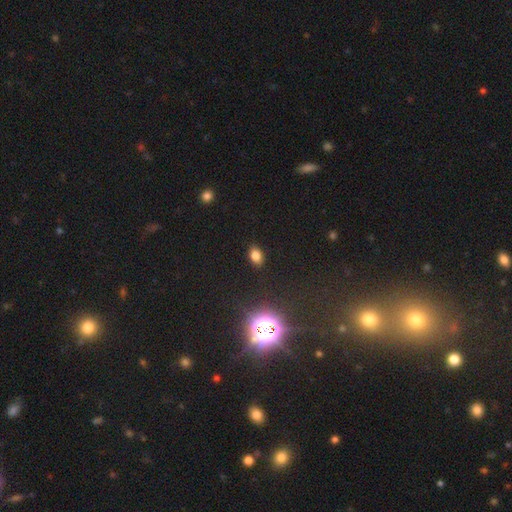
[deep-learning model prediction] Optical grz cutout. It shows a smooth galaxy with no disk features (78%) that is in between round and cigar-shaped (81%). Merging: none (87%).